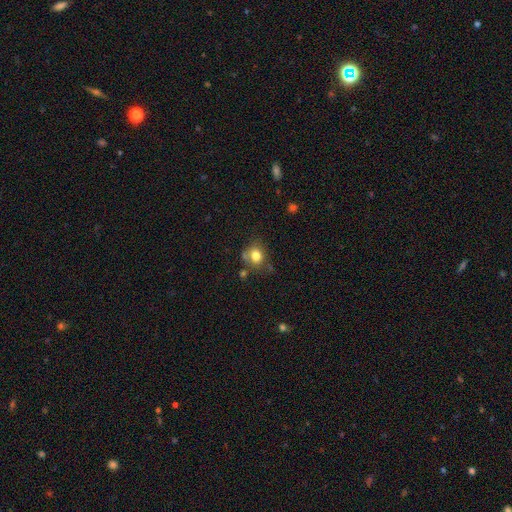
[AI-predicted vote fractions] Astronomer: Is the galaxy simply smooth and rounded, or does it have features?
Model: smooth — 79%.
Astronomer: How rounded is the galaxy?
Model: round — 66%.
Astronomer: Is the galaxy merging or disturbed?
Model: none — 62%.